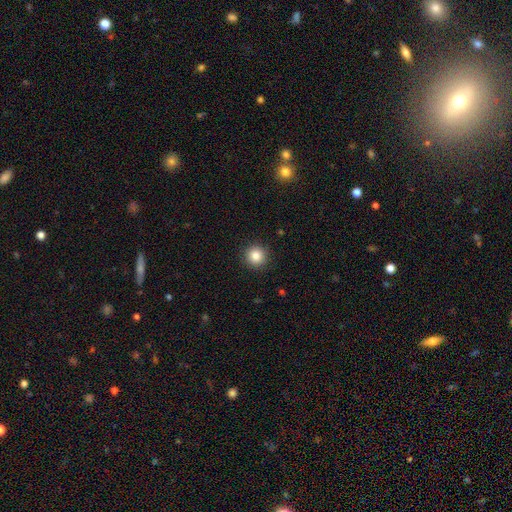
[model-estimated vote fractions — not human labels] The model was most divided on "smooth or featured": smooth: 85%, star or artifact: 10%, featured or disk: 5%. More confident: how rounded — round (95%); merging — none (92%).